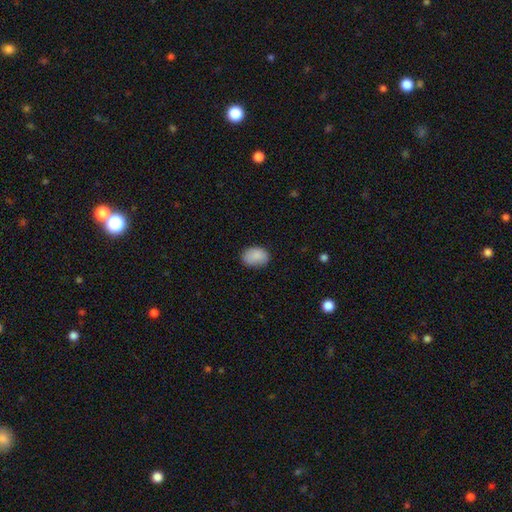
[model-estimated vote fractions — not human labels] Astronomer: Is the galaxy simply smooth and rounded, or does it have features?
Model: smooth — 88%.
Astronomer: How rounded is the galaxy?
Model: in between — 70%.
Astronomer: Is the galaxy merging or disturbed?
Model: none — 79%.